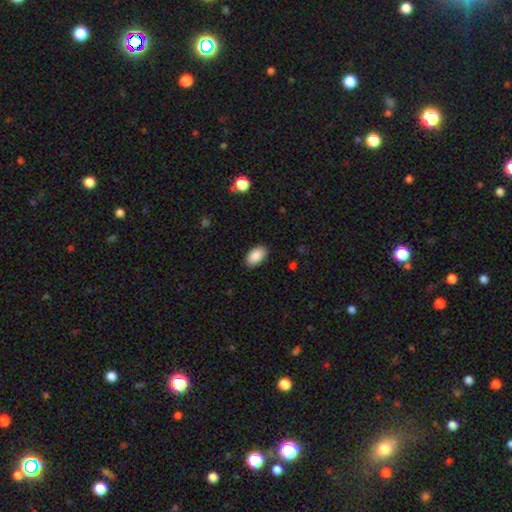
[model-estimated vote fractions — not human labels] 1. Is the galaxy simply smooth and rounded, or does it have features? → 89% smooth, 7% star or artifact, 4% featured or disk.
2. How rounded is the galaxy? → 94% in between, 5% round, 1% cigar-shaped.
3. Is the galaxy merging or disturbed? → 87% none, 9% minor disturbance, 2% major disturbance, 1% merger.